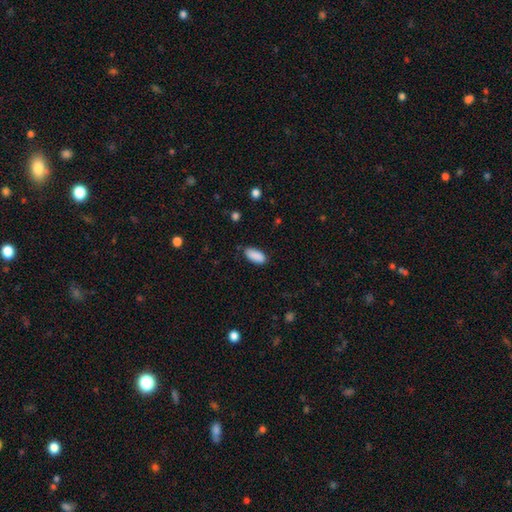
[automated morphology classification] The model was most divided on "merging": none: 81%, minor disturbance: 15%, major disturbance: 3%, merger: 1%. More confident: smooth or featured — smooth (90%); how rounded — in between (88%).